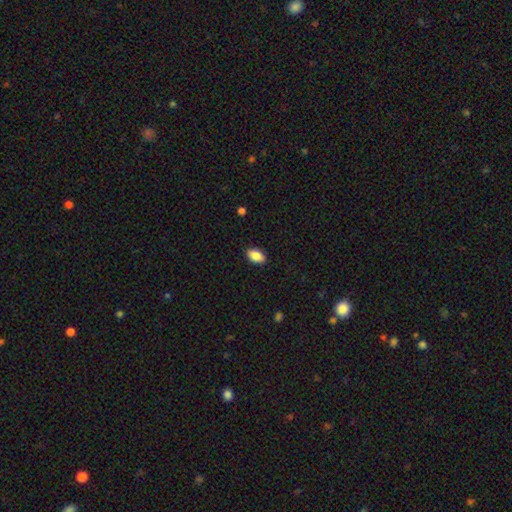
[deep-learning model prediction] Morphology: type=smooth (88%); roundness=in between (93%); merging=none (90%).